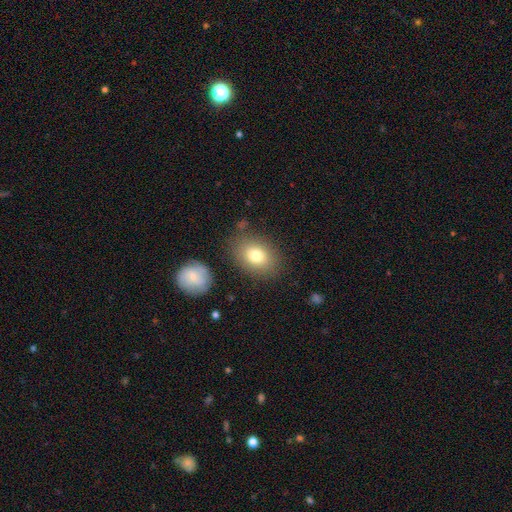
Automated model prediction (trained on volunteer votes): A smooth galaxy with no disk features (78%) that is in between round and cigar-shaped (65%). Merging: none (79%).